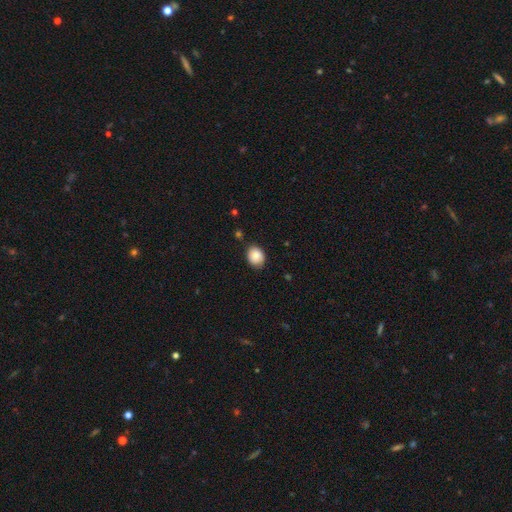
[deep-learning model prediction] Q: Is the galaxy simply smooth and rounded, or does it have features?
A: smooth — 86%.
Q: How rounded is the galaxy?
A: round — 51%.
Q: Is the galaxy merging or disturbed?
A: none — 82%.